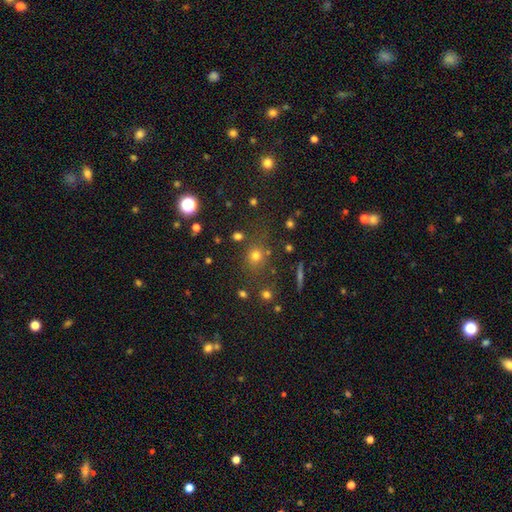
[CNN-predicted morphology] Q: Smooth or featured?
A: smooth (67%); runner-up: star or artifact (23%)
Q: How rounded?
A: round (79%); runner-up: in between (19%)
Q: Merging?
A: none (75%); runner-up: minor disturbance (12%)